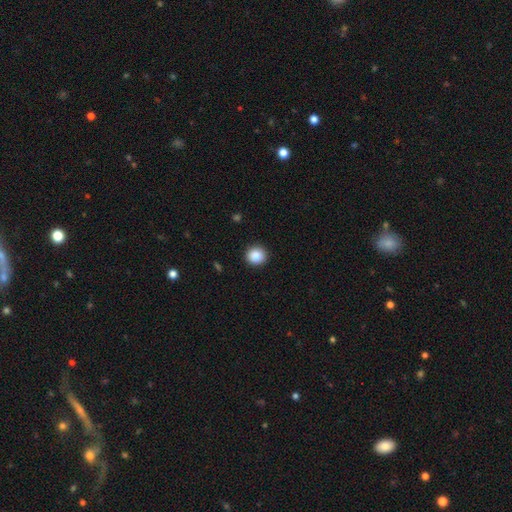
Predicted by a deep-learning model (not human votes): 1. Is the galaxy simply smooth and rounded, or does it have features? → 88% smooth, 9% star or artifact, 3% featured or disk.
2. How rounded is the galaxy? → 91% round, 8% in between, 1% cigar-shaped.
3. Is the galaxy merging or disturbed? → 91% none, 6% minor disturbance, 2% major disturbance, 1% merger.